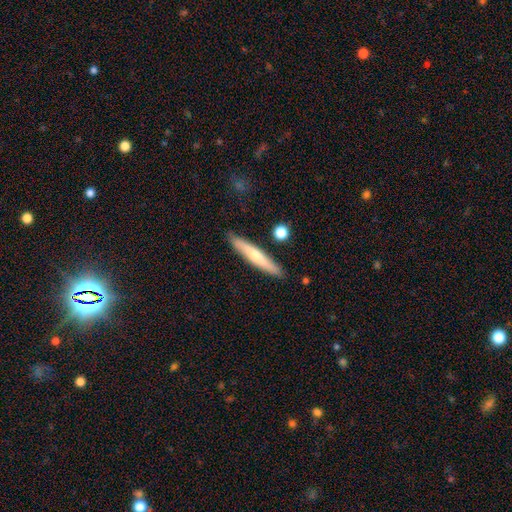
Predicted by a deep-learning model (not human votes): A smooth galaxy with no disk features (59%) that is cigar-shaped (93%). Merging: none (86%).